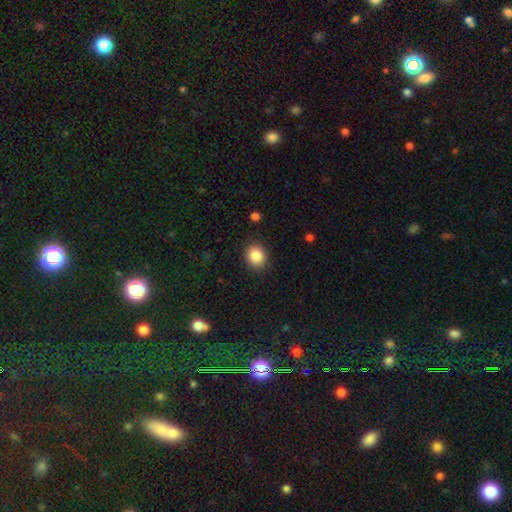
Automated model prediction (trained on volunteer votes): smooth-or-featured: smooth: 86% | star or artifact: 9% | featured or disk: 5%
  how-rounded: round: 71% | in between: 28% | cigar-shaped: 1%
  merging: none: 88% | minor disturbance: 8% | major disturbance: 2% | merger: 1%